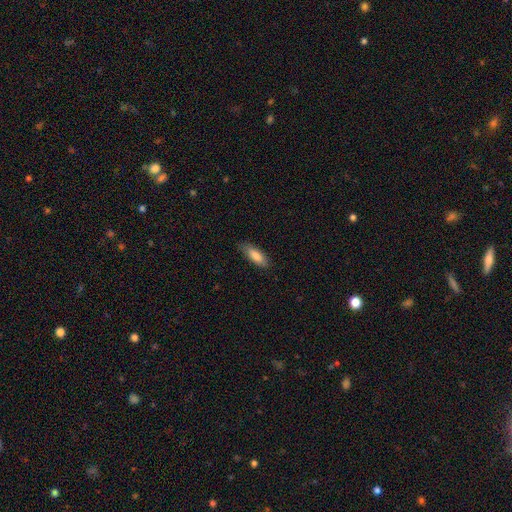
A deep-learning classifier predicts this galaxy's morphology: Q: Smooth or featured?
A: smooth (84%); runner-up: featured or disk (10%)
Q: How rounded?
A: in between (64%); runner-up: cigar-shaped (34%)
Q: Merging?
A: none (80%); runner-up: minor disturbance (16%)